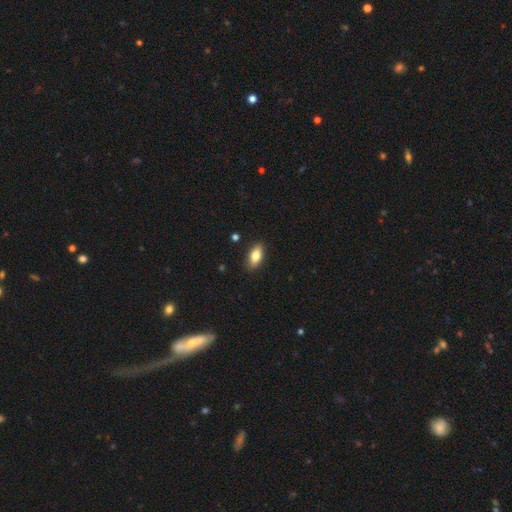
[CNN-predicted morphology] Smooth or featured? Predicted: smooth (p=0.80). How rounded? Predicted: in between (p=0.88). Merging? Predicted: none (p=0.87).